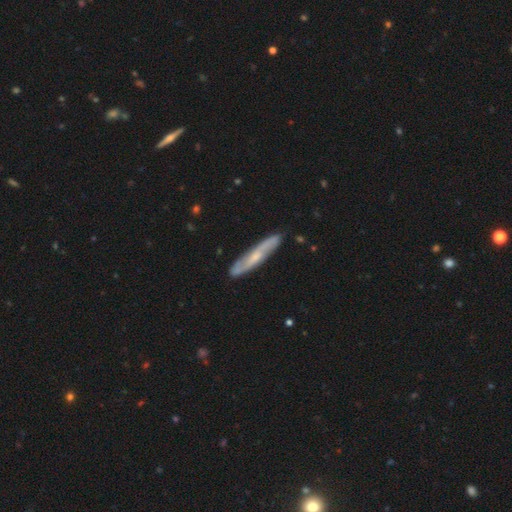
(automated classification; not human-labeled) Overall: featured or disk (62%; smooth 32%). Edge-on disk: yes (54%; no 46%). Merging: none (84%).